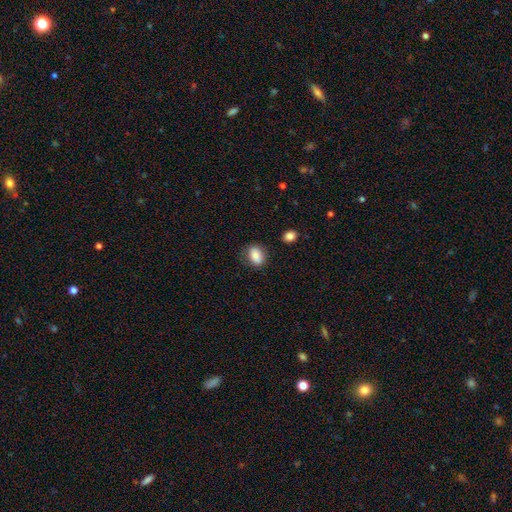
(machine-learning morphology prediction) A smooth galaxy with no disk features (82%) that is in between round and cigar-shaped (66%). Merging: none (78%).